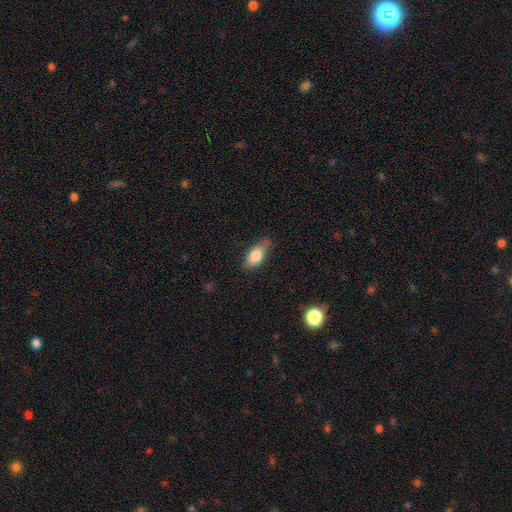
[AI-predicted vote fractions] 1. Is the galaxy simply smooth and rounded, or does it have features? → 81% smooth, 12% featured or disk, 7% star or artifact.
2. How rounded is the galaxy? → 84% in between, 12% cigar-shaped, 4% round.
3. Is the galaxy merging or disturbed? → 60% none, 32% minor disturbance, 7% major disturbance, 2% merger.